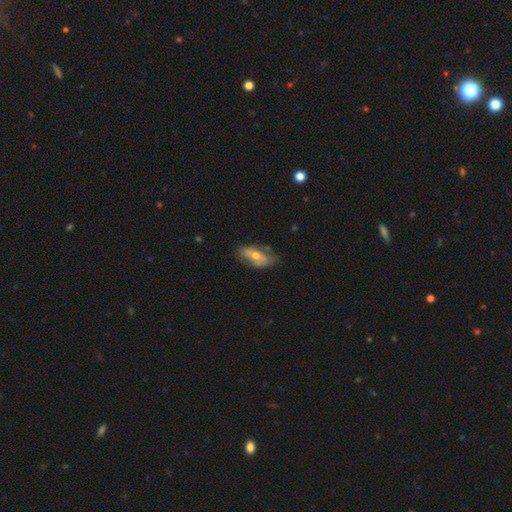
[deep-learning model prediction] Overall: smooth (47%, tied with featured or disk). Merging: none (64%; minor disturbance 26%).